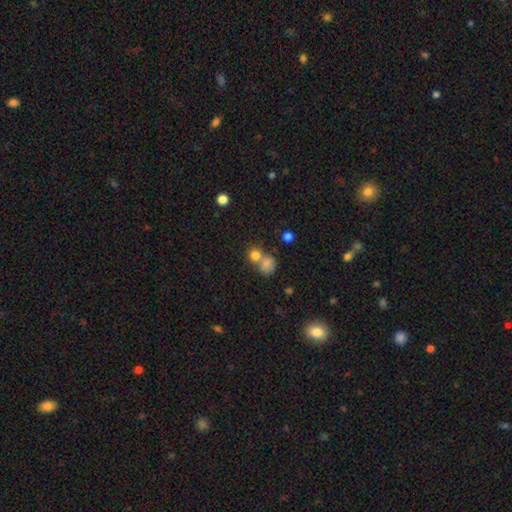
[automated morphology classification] This is likely a smooth galaxy (78%). How rounded: clearly round (83%). Merging: possibly merger (48%).